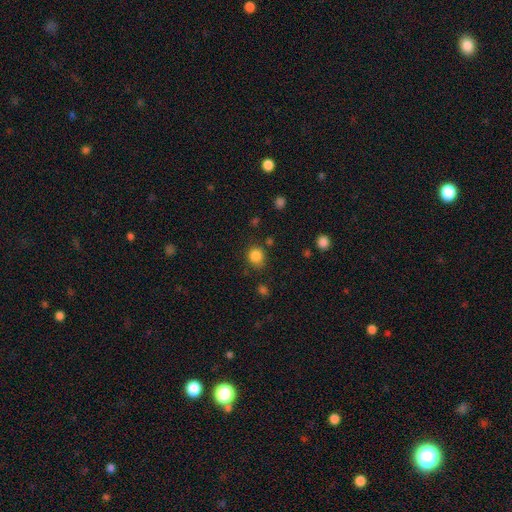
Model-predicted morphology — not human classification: Smooth or featured: smooth — 85% (star or artifact — 11%)
How rounded: round — 81% (in between — 18%)
Merging: none — 81% (minor disturbance — 12%)